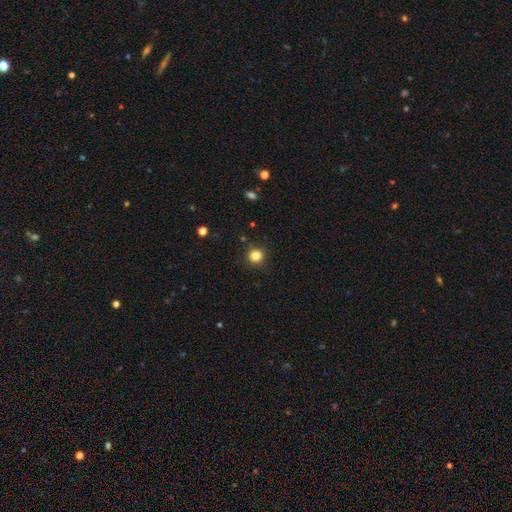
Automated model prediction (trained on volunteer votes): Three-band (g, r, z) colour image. It shows a smooth galaxy with no disk features (83%) that is round (92%). Merging: none (90%).